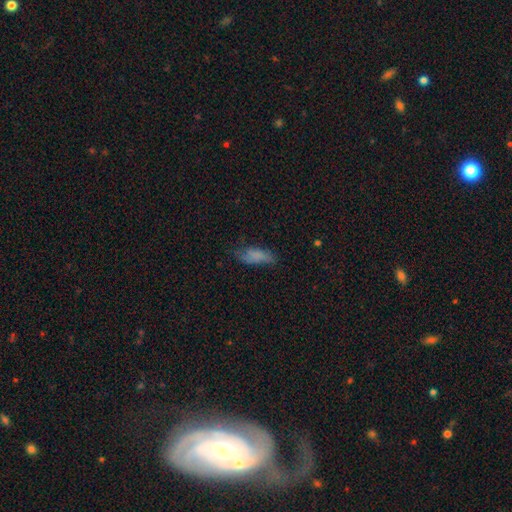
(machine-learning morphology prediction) A smooth galaxy with no disk features (73%) that is in between round and cigar-shaped (72%).

Vote fractions:
- Smooth or featured? smooth: 73% / featured or disk: 17% / star or artifact: 10%
- How rounded? in between: 72% / cigar-shaped: 26% / round: 3%
- Merging? none: 51% / minor disturbance: 32% / major disturbance: 15% / merger: 2%